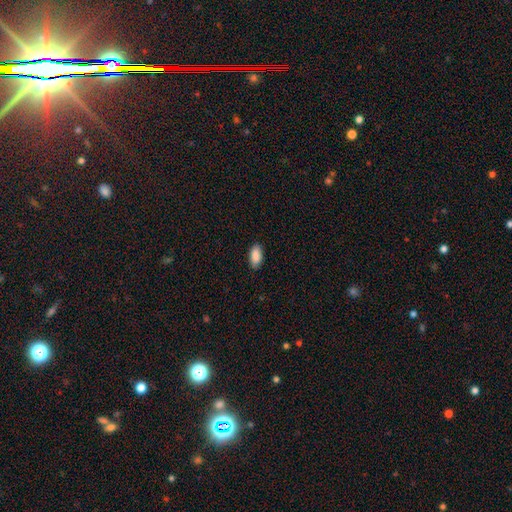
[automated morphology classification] Smooth or featured?
  - smooth: 89% *
  - star or artifact: 6%
  - featured or disk: 4%
How rounded?
  - in between: 91% *
  - cigar-shaped: 6%
  - round: 2%
Merging?
  - none: 87% *
  - minor disturbance: 10%
  - major disturbance: 2%
  - merger: 1%